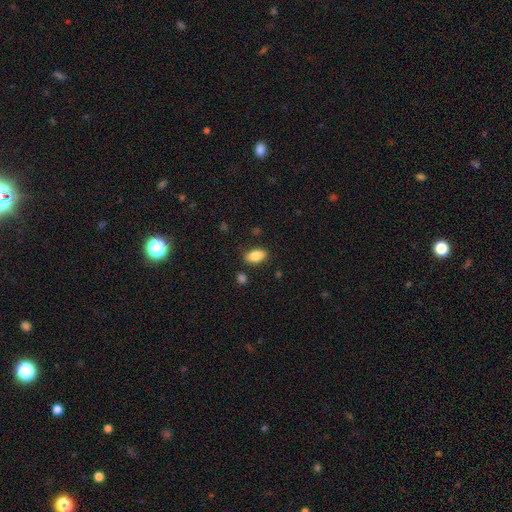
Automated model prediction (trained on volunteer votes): Overall: smooth (86%). How rounded: in between (91%). Merging: none (82%).